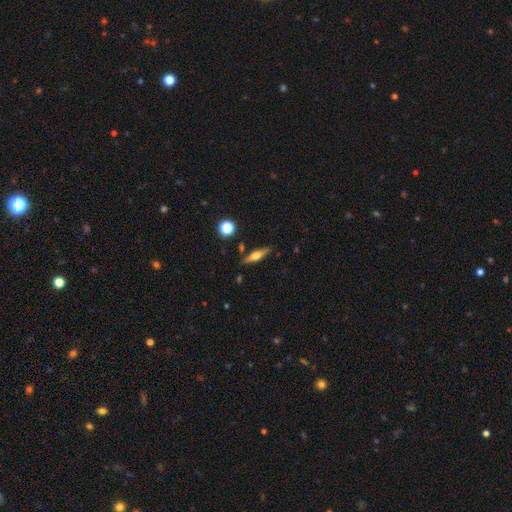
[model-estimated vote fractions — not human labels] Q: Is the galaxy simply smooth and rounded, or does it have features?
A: featured or disk — 57%.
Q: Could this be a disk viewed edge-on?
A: yes — 95%.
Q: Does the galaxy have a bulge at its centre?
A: rounded — 91%.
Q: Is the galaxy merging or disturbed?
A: none — 86%.